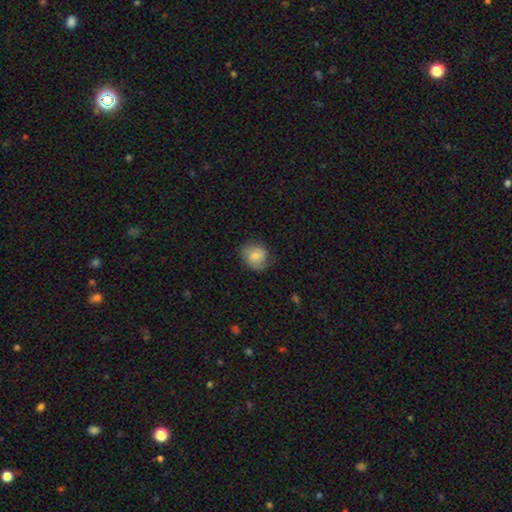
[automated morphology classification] Smooth or featured?
  - smooth: 77% *
  - featured or disk: 16%
  - star or artifact: 8%
How rounded?
  - round: 70% *
  - in between: 29%
  - cigar-shaped: 1%
Merging?
  - none: 67% *
  - minor disturbance: 25%
  - major disturbance: 7%
  - merger: 1%